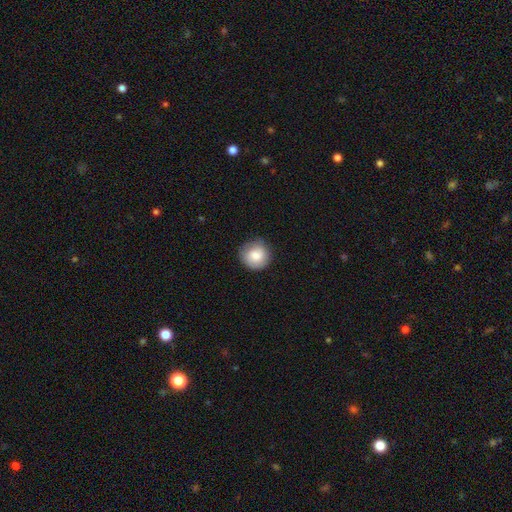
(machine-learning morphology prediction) The model was most divided on "merging": none: 81%, minor disturbance: 15%, major disturbance: 3%, merger: 1%. More confident: how rounded — round (92%); smooth or featured — smooth (82%).